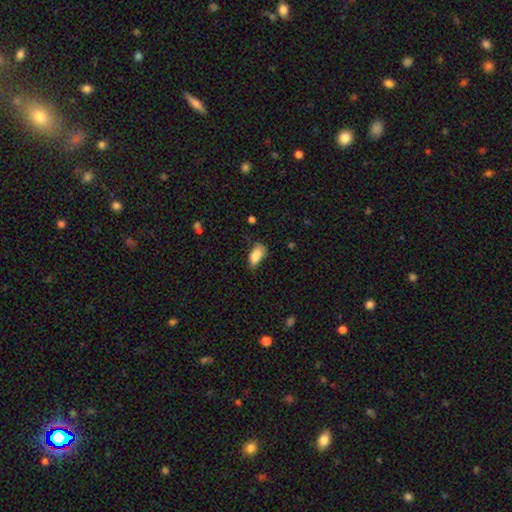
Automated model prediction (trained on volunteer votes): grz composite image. It shows a smooth galaxy with no disk features (84%) that is in between round and cigar-shaped (91%). Merging: none (47%).